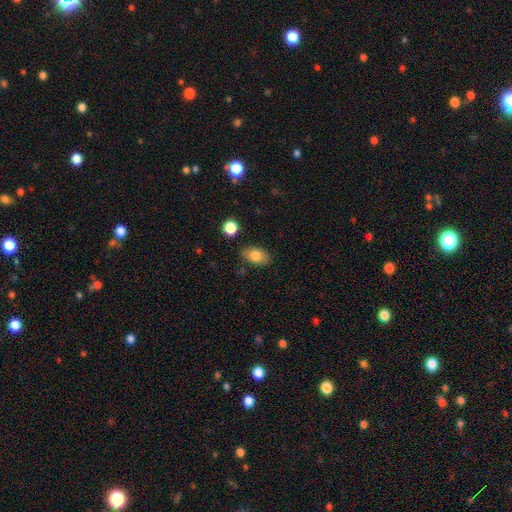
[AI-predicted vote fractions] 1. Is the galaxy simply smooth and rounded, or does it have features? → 81% smooth, 11% featured or disk, 8% star or artifact.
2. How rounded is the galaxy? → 88% in between, 10% round, 2% cigar-shaped.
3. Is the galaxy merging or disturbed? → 82% none, 13% minor disturbance, 3% merger, 3% major disturbance.